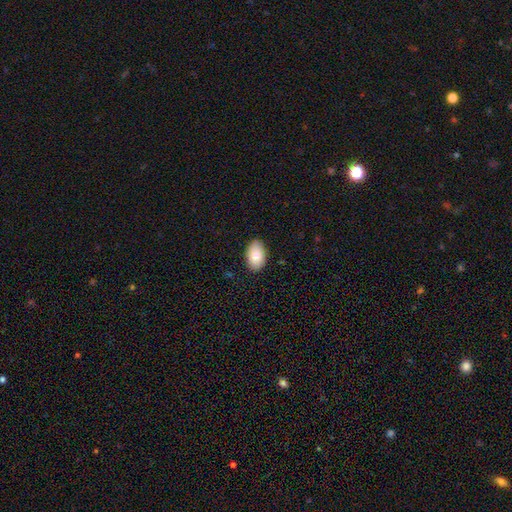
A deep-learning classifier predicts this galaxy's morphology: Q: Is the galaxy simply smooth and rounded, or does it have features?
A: smooth — 86%.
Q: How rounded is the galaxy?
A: in between — 92%.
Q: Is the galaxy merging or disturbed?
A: none — 86%.